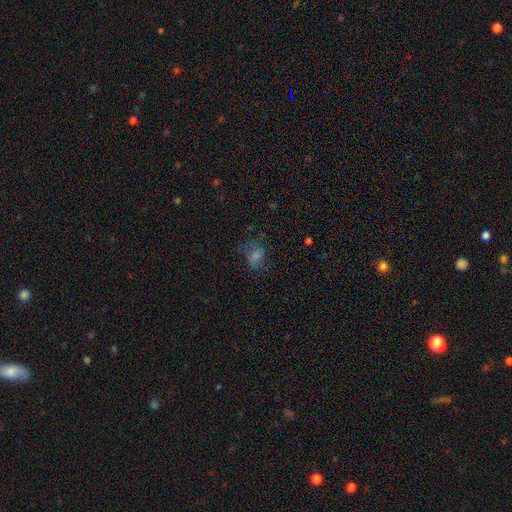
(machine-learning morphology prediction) This is likely a smooth galaxy (65%). How rounded: likely in between (74%). Merging: marginally none (44%).